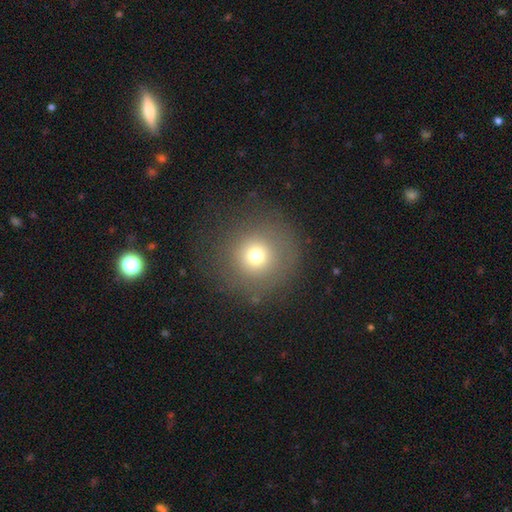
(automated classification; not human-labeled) Overall: smooth (70%). How rounded: round (94%). Merging: none (82%).